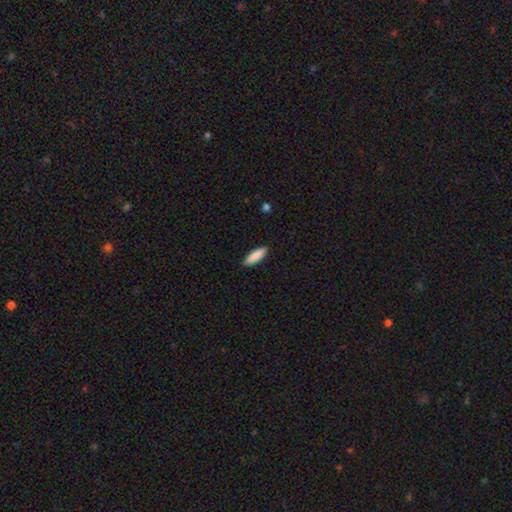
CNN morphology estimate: A smooth galaxy with no disk features (88%) that is cigar-shaped (52%). Merging: none (89%).